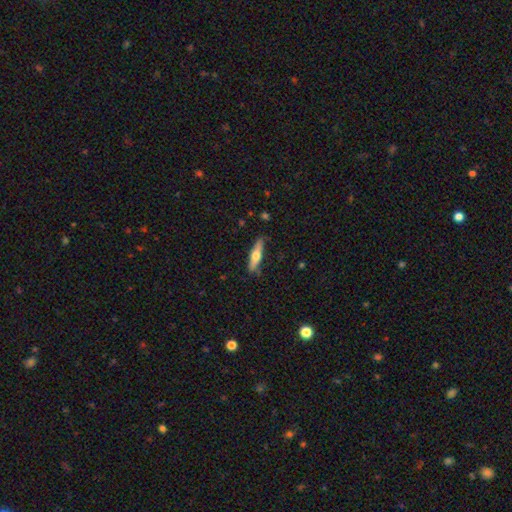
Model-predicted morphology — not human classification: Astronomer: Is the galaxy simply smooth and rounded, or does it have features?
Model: smooth — 52% (runner-up: featured or disk, 43%).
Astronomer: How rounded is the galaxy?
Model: cigar-shaped — 74%.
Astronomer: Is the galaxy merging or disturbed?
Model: none — 82%.